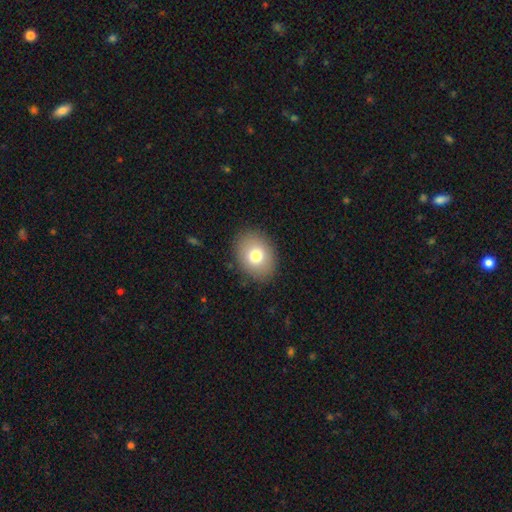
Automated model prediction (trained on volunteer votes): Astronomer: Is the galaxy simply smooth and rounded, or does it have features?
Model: smooth — 77%.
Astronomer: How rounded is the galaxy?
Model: in between — 64%.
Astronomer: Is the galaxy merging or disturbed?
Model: none — 88%.